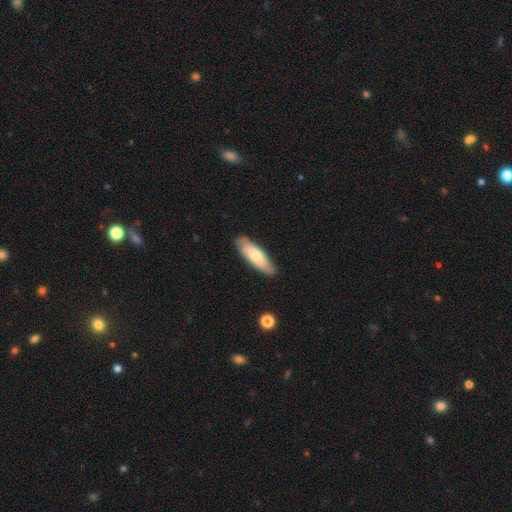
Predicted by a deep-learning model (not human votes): A smooth galaxy with no disk features (66%) that is in between round and cigar-shaped (58%).

Vote fractions:
- Smooth or featured? smooth: 66% / featured or disk: 28% / star or artifact: 5%
- How rounded? in between: 58% / cigar-shaped: 40% / round: 2%
- Merging? none: 83% / minor disturbance: 13% / major disturbance: 2% / merger: 2%